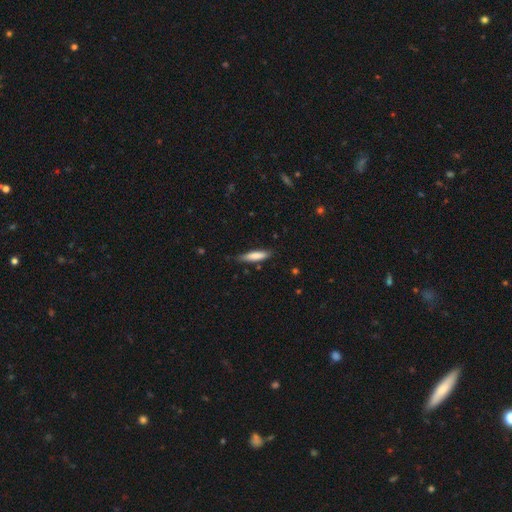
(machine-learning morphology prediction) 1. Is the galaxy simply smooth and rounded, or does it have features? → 80% smooth, 15% featured or disk, 6% star or artifact.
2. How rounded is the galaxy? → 76% cigar-shaped, 23% in between, 1% round.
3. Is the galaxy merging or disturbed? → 76% none, 19% minor disturbance, 3% major disturbance, 2% merger.